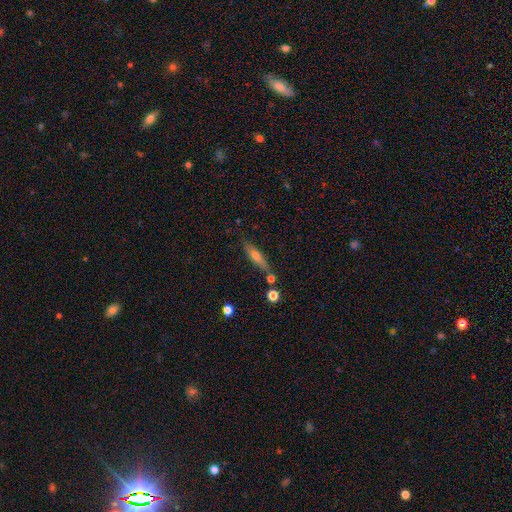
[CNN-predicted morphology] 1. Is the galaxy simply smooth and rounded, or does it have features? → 53% smooth, 39% featured or disk, 8% star or artifact.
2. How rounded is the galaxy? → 74% cigar-shaped, 23% in between, 3% round.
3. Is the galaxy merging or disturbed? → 71% none, 16% minor disturbance, 9% merger, 4% major disturbance.